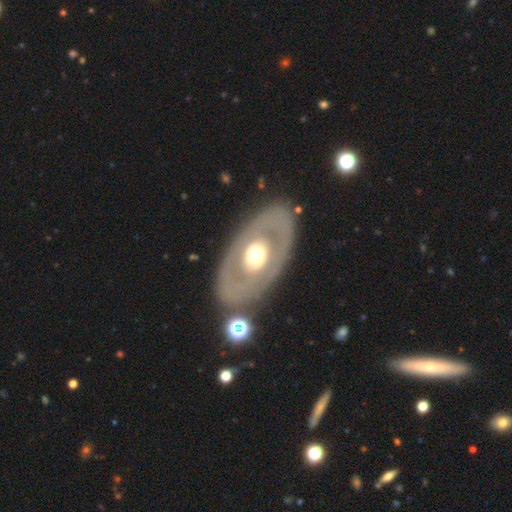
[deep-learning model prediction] featured or disk 61%, smooth 33%, star or artifact 6%. Down the decision tree: edge-on disk — no (88%); bar — no (86%); spiral arms — no (89%); bulge size — moderate (60%); merging — none (79%).